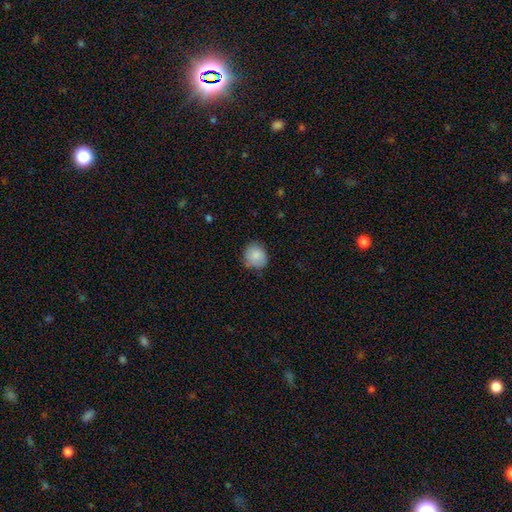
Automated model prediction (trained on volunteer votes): smooth_or_featured: smooth (p=0.86) [alt: star or artifact p=0.08]
how_rounded: round (p=0.81) [alt: in between p=0.18]
merging: none (p=0.75) [alt: minor disturbance p=0.20]